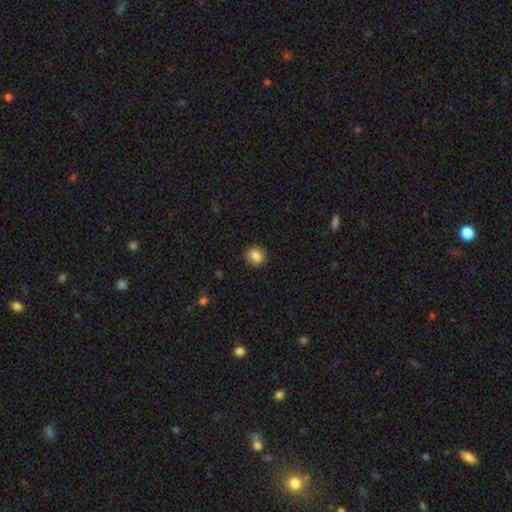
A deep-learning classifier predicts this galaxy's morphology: Smooth or featured?
  - smooth: 86% *
  - star or artifact: 9%
  - featured or disk: 5%
How rounded?
  - round: 81% *
  - in between: 18%
  - cigar-shaped: 1%
Merging?
  - none: 89% *
  - minor disturbance: 8%
  - major disturbance: 2%
  - merger: 1%